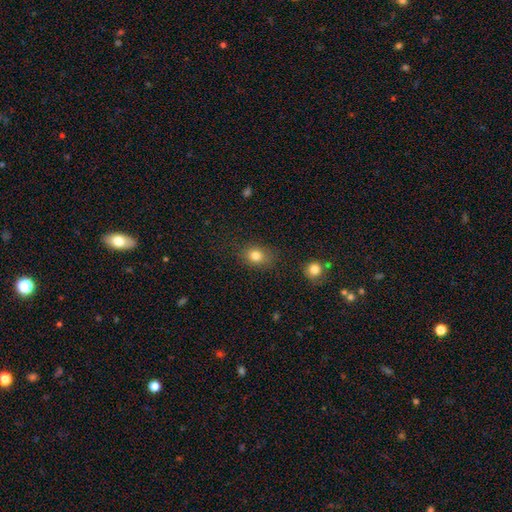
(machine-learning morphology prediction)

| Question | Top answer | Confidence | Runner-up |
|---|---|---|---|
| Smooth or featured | smooth | 81% | star or artifact (12%) |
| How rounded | in between | 52% | round (46%) |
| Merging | none | 80% | minor disturbance (14%) |